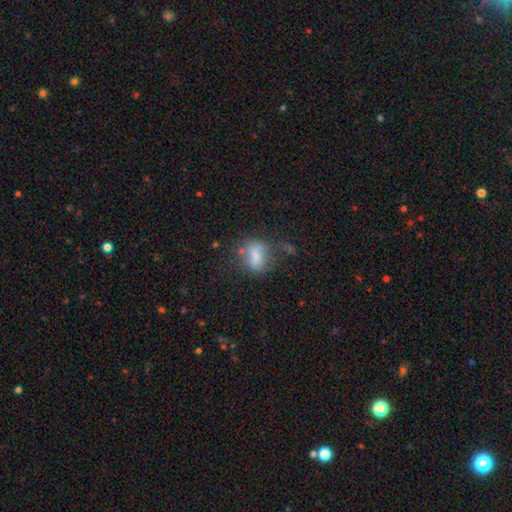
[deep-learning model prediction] smooth-or-featured: smooth: 66% | featured or disk: 24% | star or artifact: 10%
  how-rounded: in between: 60% | round: 36% | cigar-shaped: 4%
  merging: none: 51% | minor disturbance: 24% | major disturbance: 15% | merger: 10%